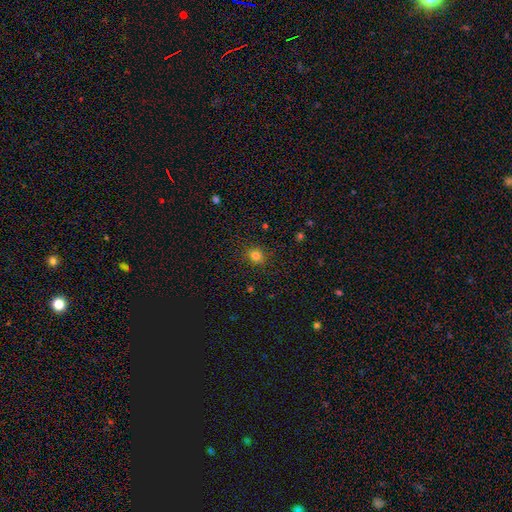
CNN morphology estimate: smooth-or-featured: smooth: 80% | star or artifact: 15% | featured or disk: 6%
  how-rounded: round: 78% | in between: 21% | cigar-shaped: 1%
  merging: none: 87% | minor disturbance: 9% | major disturbance: 3% | merger: 1%